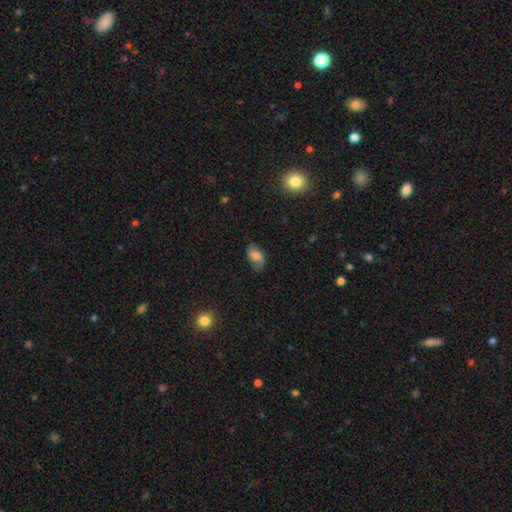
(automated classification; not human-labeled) Smooth or featured?
  - smooth: 68% *
  - featured or disk: 23%
  - star or artifact: 10%
How rounded?
  - in between: 89% *
  - round: 9%
  - cigar-shaped: 2%
Merging?
  - none: 69% *
  - minor disturbance: 23%
  - major disturbance: 6%
  - merger: 1%